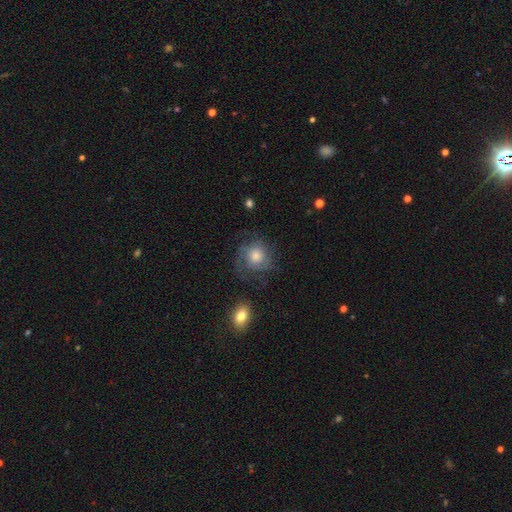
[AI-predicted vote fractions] Morphology: type=featured or disk (55%); edge-on=no (97%); bar=no (81%); spiral arms=yes (85%); bulge=moderate (53%); merging=none (65%).